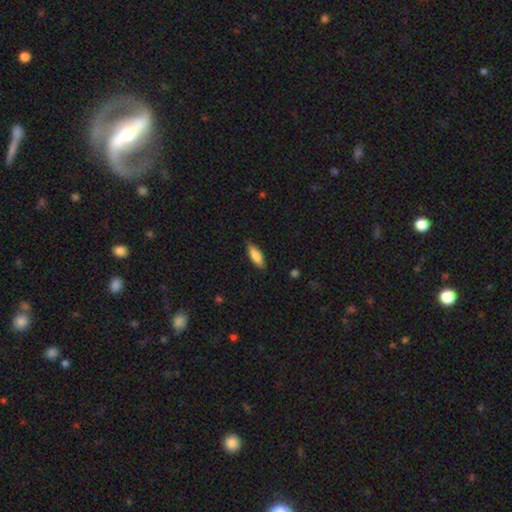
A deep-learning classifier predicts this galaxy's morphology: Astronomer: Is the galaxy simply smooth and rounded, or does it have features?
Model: smooth — 84%.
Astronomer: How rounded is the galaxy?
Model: in between — 65%.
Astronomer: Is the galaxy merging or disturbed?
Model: none — 82%.